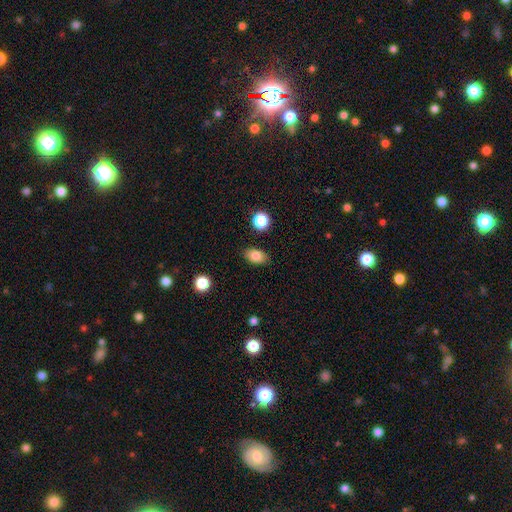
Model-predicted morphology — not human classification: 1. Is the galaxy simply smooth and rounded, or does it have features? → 83% smooth, 9% star or artifact, 8% featured or disk.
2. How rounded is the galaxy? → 85% in between, 13% round, 2% cigar-shaped.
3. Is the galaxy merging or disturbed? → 86% none, 10% minor disturbance, 2% major disturbance, 2% merger.